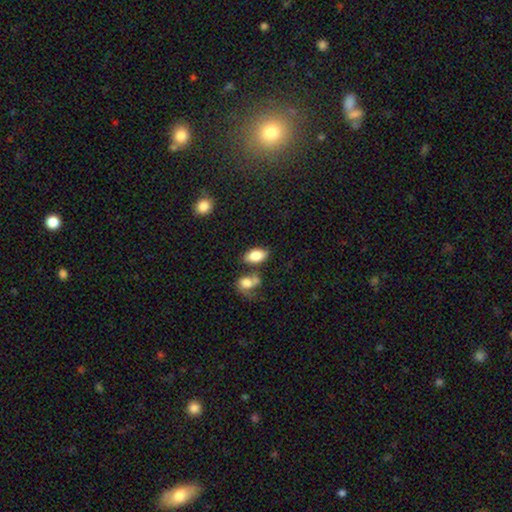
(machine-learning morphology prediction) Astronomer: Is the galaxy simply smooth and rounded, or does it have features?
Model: smooth — 80%.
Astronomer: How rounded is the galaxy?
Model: in between — 90%.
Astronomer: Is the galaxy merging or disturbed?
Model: none — 60%.